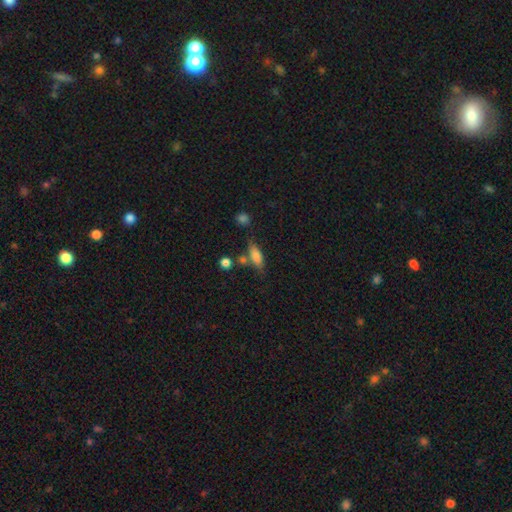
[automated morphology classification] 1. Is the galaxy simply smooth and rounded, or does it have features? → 78% smooth, 13% featured or disk, 9% star or artifact.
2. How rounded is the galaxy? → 66% in between, 30% cigar-shaped, 4% round.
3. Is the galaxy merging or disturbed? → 60% none, 21% minor disturbance, 11% merger, 7% major disturbance.